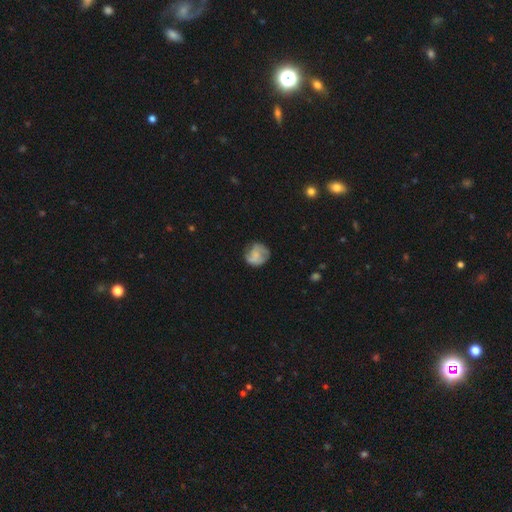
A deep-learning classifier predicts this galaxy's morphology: Smooth or featured?
  - smooth: 51% *
  - featured or disk: 41%
  - star or artifact: 9%
How rounded?
  - round: 81% *
  - in between: 18%
  - cigar-shaped: 1%
Merging?
  - none: 64% *
  - minor disturbance: 23%
  - major disturbance: 11%
  - merger: 2%